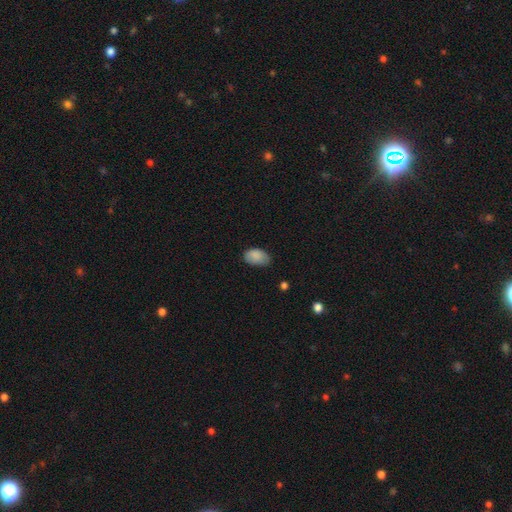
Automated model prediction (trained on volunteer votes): smooth-or-featured: smooth: 87% | star or artifact: 7% | featured or disk: 6%
  how-rounded: in between: 90% | round: 9% | cigar-shaped: 1%
  merging: none: 67% | minor disturbance: 27% | major disturbance: 5% | merger: 1%